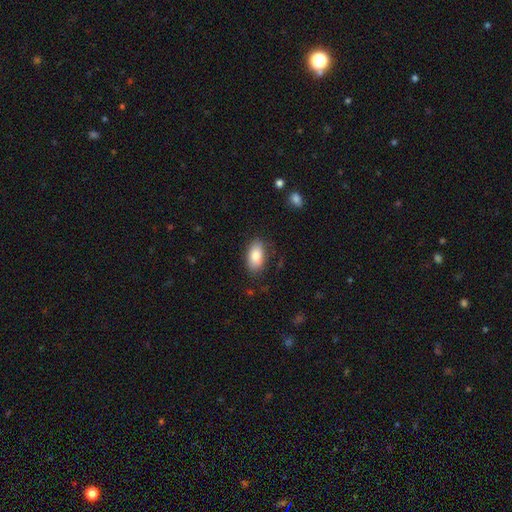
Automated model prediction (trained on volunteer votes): smooth-or-featured: smooth: 84% | featured or disk: 9% | star or artifact: 7%
  how-rounded: in between: 93% | round: 5% | cigar-shaped: 3%
  merging: none: 80% | minor disturbance: 15% | major disturbance: 4% | merger: 1%